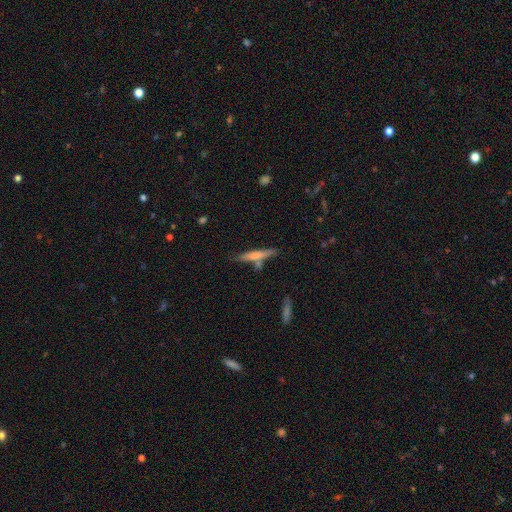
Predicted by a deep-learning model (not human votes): smooth-or-featured: smooth: 61% | featured or disk: 32% | star or artifact: 6%
  how-rounded: cigar-shaped: 91% | in between: 7% | round: 2%
  merging: none: 70% | minor disturbance: 15% | merger: 12% | major disturbance: 3%